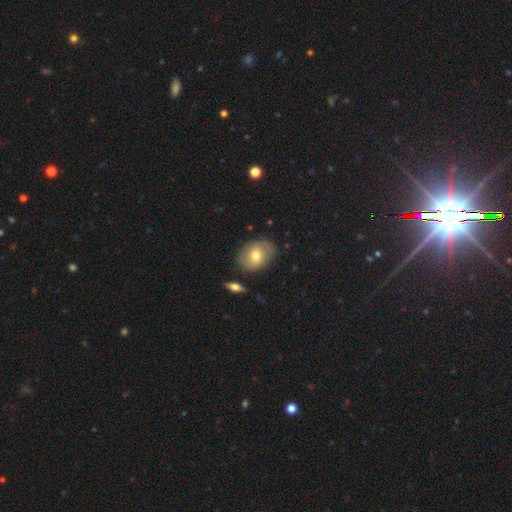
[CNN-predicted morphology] smooth_or_featured: smooth (p=0.58) [alt: featured or disk p=0.35]
how_rounded: in between (p=0.64) [alt: round p=0.35]
merging: none (p=0.78) [alt: minor disturbance p=0.16]